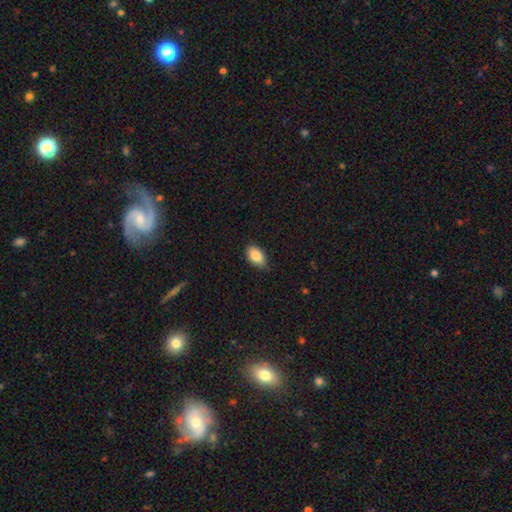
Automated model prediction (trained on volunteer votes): smooth-or-featured: smooth: 87% | star or artifact: 7% | featured or disk: 6%
  how-rounded: in between: 92% | round: 6% | cigar-shaped: 2%
  merging: none: 77% | minor disturbance: 19% | major disturbance: 2% | merger: 1%